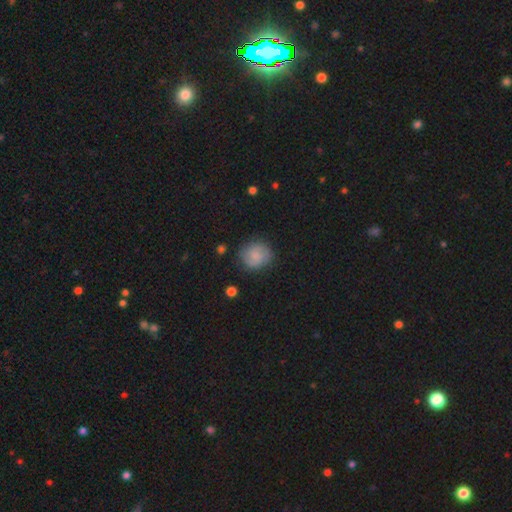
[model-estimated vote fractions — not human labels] Smooth or featured?
  - smooth: 65% *
  - featured or disk: 27%
  - star or artifact: 9%
How rounded?
  - round: 79% *
  - in between: 20%
  - cigar-shaped: 1%
Merging?
  - none: 78% *
  - minor disturbance: 16%
  - major disturbance: 5%
  - merger: 2%